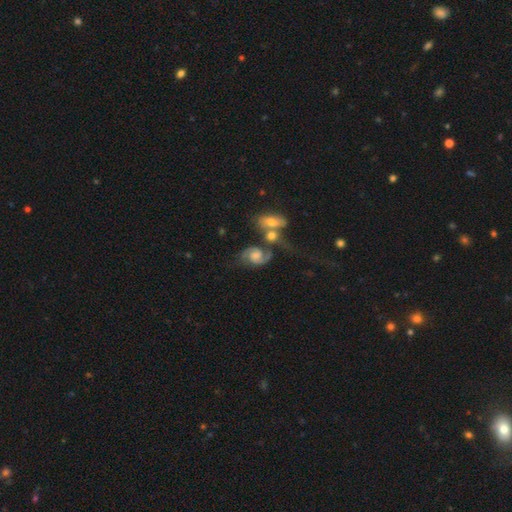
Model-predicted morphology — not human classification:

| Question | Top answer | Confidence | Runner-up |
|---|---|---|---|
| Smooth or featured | featured or disk | 82% | smooth (12%) |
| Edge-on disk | no | 97% | yes (3%) |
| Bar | no | 57% | weak (36%) |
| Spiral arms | yes | 96% | no (4%) |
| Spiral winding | medium | 54% | loose (24%) |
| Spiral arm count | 2 | 91% | can't tell (4%) |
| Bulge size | moderate | 42% | small (21%) |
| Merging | none | 46% | merger (27%) |